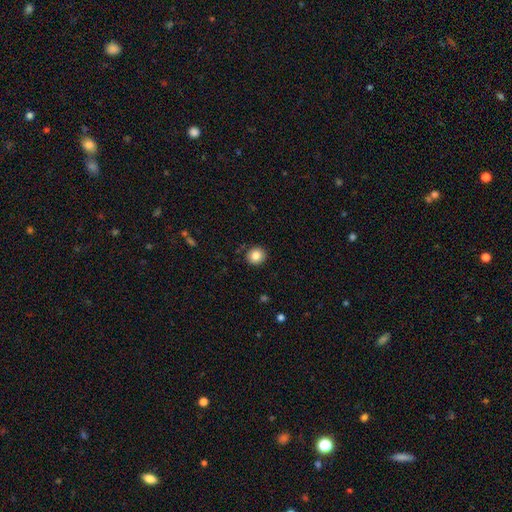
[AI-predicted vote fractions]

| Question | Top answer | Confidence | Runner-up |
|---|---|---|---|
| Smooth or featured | smooth | 84% | star or artifact (10%) |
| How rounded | round | 89% | in between (10%) |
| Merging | none | 89% | minor disturbance (8%) |